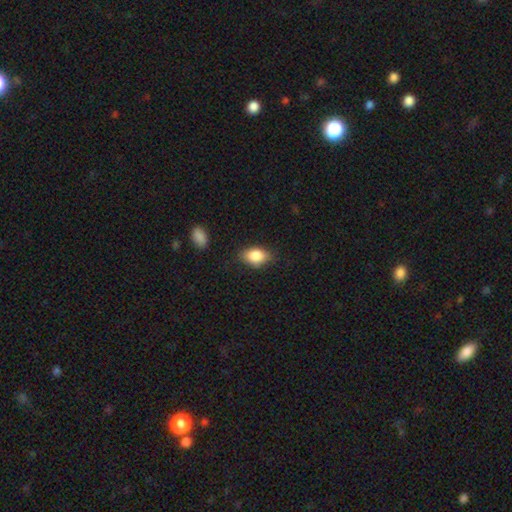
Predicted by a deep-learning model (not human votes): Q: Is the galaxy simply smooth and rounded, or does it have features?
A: smooth — 84%.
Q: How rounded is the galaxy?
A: in between — 83%.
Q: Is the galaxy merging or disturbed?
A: none — 75%.